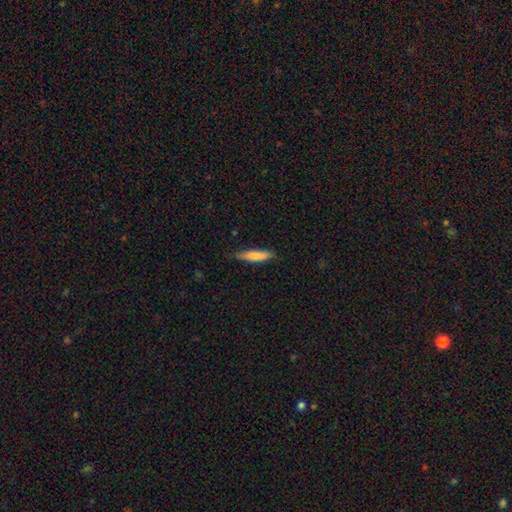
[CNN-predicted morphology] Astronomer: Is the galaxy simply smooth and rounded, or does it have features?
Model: smooth — 81%.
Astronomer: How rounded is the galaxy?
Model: cigar-shaped — 81%.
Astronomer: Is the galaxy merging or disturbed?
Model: none — 78%.